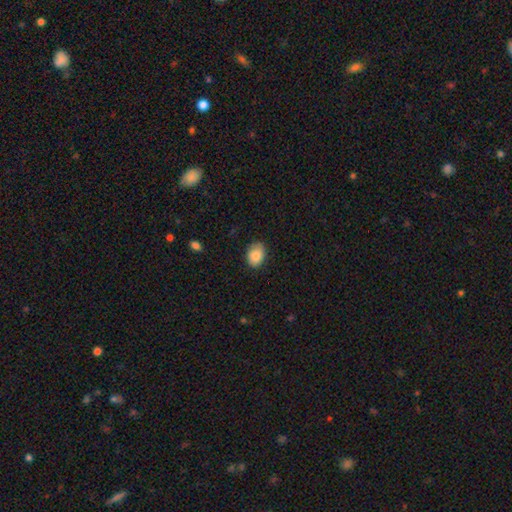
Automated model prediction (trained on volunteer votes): Overall: smooth (85%). How rounded: in between (74%). Merging: none (77%).